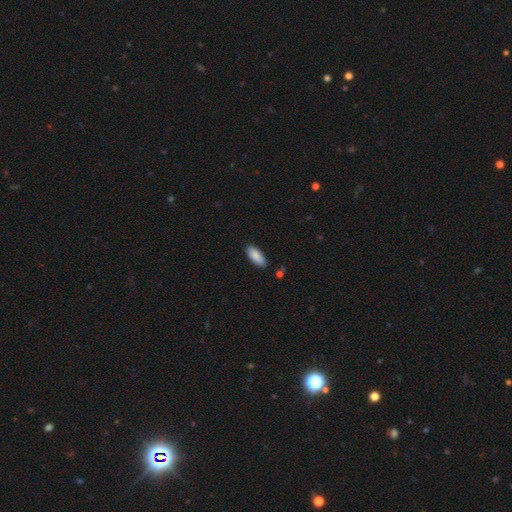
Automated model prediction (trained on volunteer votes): Smooth or featured? smooth (89%)
How rounded? in between (79%)
Merging? none (85%)